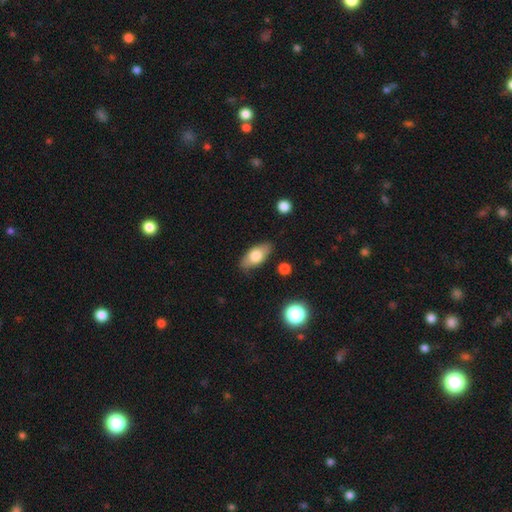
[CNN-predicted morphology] This appears to be a smooth galaxy with no disk features (70%) that is in between round and cigar-shaped (87%). Merging: none (81%).